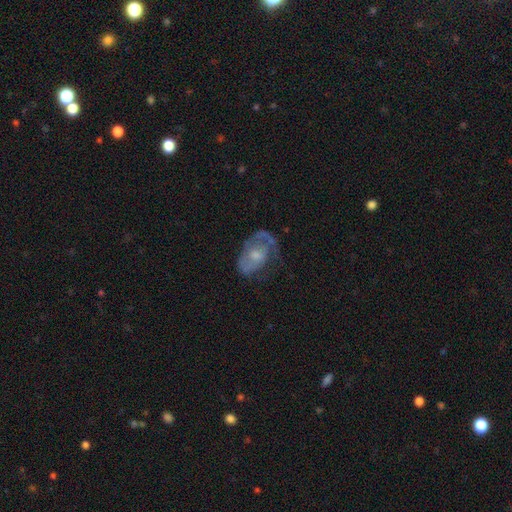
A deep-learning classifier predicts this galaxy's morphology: This is likely a featured or disk galaxy (64%). It is clearly not viewed edge-on (95%). Bar: likely no (77%). Spiral arm pattern: likely yes (62%). Central bulge: possibly moderate (49%). Merging: marginally none (44%).